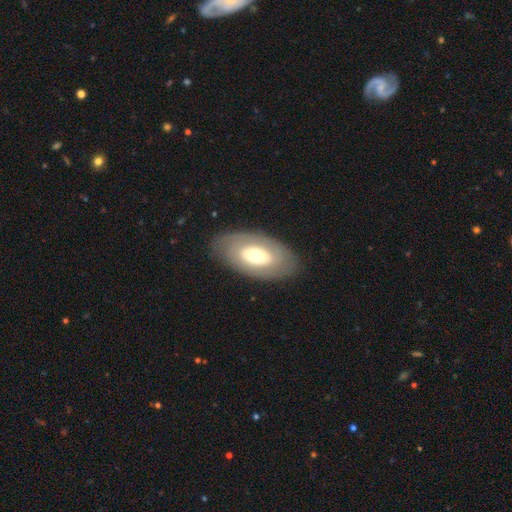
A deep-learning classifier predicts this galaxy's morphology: The model was most divided on "smooth or featured": smooth: 54%, featured or disk: 40%, star or artifact: 6%. More confident: how rounded — in between (93%); merging — none (83%).